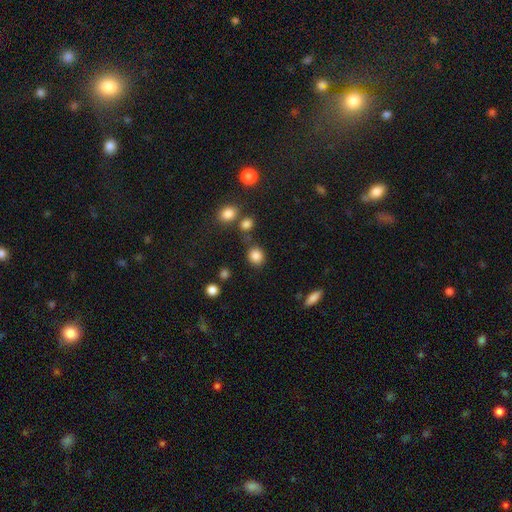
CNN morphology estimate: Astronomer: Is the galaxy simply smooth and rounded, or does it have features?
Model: smooth — 84%.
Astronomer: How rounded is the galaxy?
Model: round — 74%.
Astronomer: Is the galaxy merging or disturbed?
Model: none — 76%.